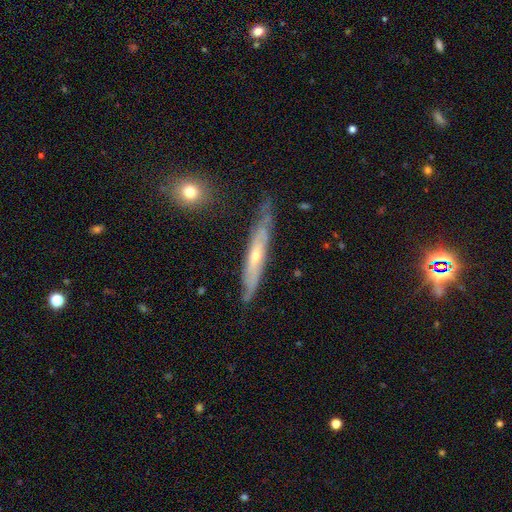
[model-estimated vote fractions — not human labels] Smooth or featured? featured or disk (67%)
Edge-on disk? yes (72%)
Merging? none (71%)